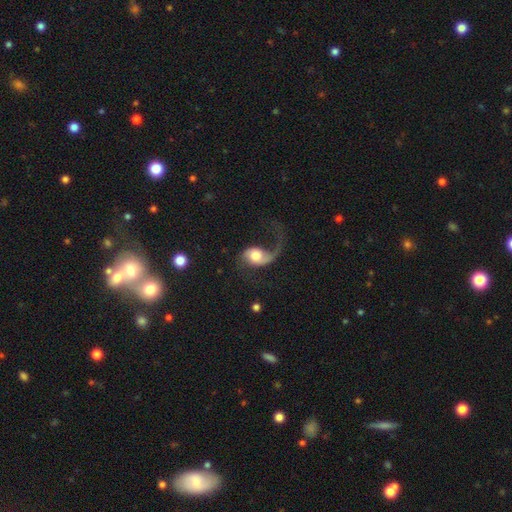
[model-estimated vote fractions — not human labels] A featured or disk galaxy (65%) with no bar (67%), 1 (56%) loose (80%) spiral arms (90%) and a moderate central bulge (46%).

Vote fractions:
- Smooth or featured? featured or disk: 65% / smooth: 28% / star or artifact: 7%
- Edge-on disk? no: 97% / yes: 3%
- Bar? no: 67% / weak: 26% / strong: 7%
- Spiral arms? yes: 90% / no: 10%
- Spiral winding? loose: 80% / medium: 16% / tight: 4%
- Spiral arm count? 1: 56% / 2: 39% / can't tell: 2% / 3: 1% / 4: 1% / more than 4: 1%
- Bulge size? moderate: 46% / large: 33% / small: 9% / dominant: 9% / none: 3%
- Merging? major disturbance: 47% / none: 32% / minor disturbance: 16% / merger: 4%